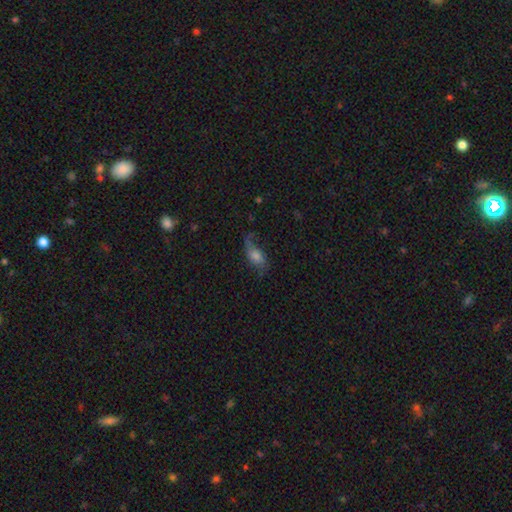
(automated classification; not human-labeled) smooth_or_featured: featured or disk (p=0.48) [alt: smooth p=0.41]
merging: none (p=0.53) [alt: minor disturbance p=0.24]